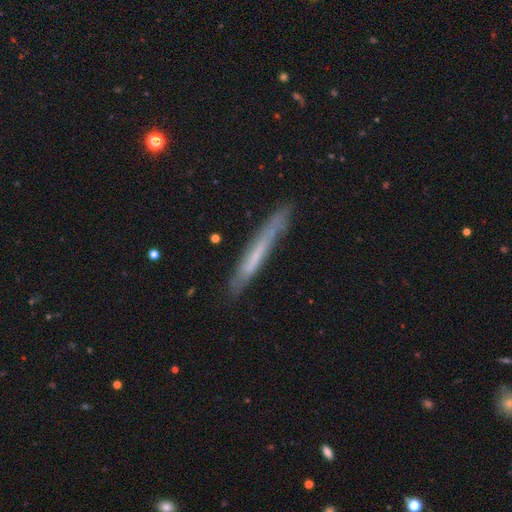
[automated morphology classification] This is possibly a featured or disk galaxy (47%). Merging: likely none (78%).